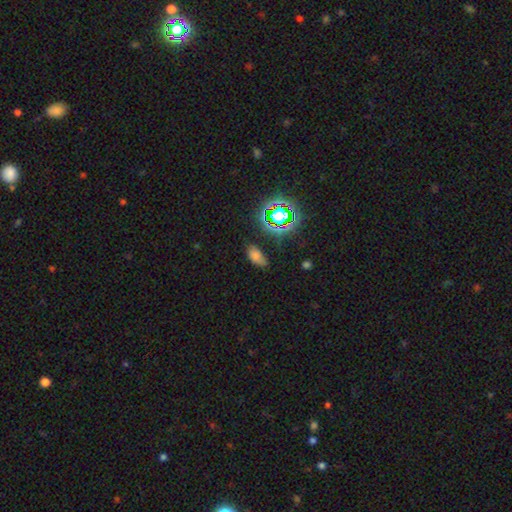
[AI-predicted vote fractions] Smooth or featured: smooth — 59% (star or artifact — 30%)
How rounded: in between — 83% (round — 9%)
Merging: none — 76% (minor disturbance — 16%)